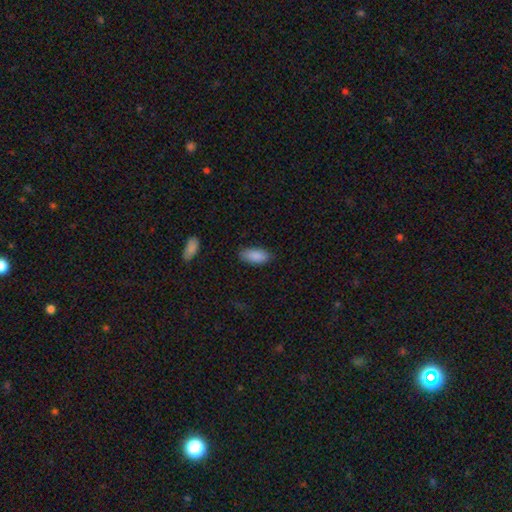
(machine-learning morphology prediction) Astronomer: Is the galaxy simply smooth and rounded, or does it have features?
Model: smooth — 89%.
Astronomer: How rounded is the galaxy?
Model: in between — 89%.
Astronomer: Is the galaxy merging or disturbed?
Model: none — 84%.